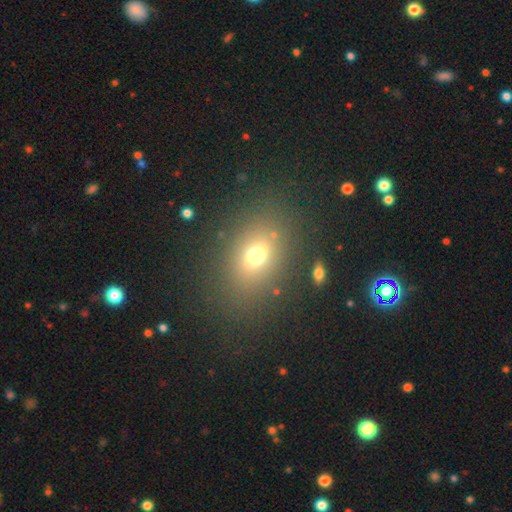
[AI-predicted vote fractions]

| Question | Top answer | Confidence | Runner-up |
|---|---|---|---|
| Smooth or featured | smooth | 68% | star or artifact (18%) |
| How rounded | in between | 66% | round (32%) |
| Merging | none | 80% | minor disturbance (10%) |